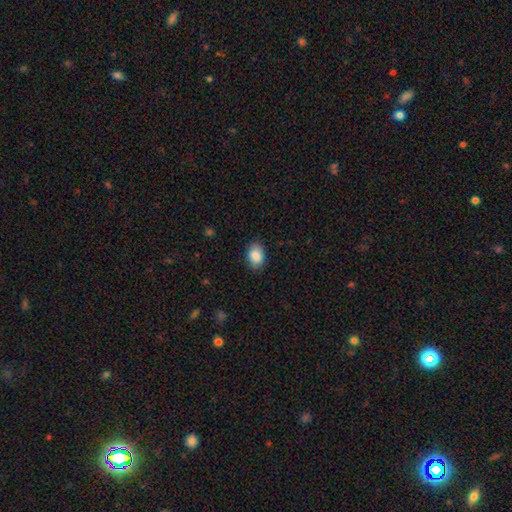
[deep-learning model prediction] Smooth or featured: smooth — 88% (star or artifact — 7%)
How rounded: in between — 83% (round — 16%)
Merging: none — 87% (minor disturbance — 10%)